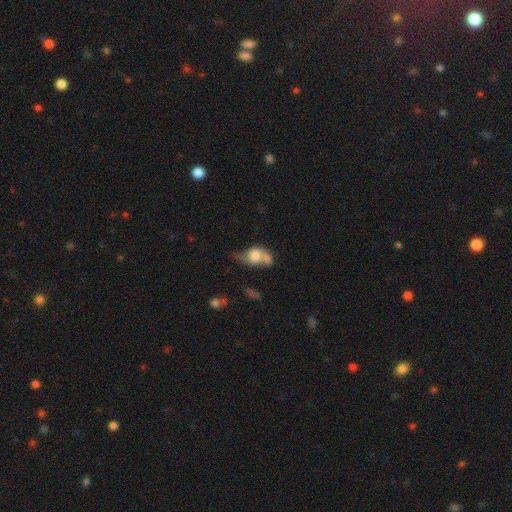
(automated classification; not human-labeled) Smooth or featured?
  - smooth: 62% *
  - featured or disk: 29%
  - star or artifact: 9%
How rounded?
  - in between: 61% *
  - round: 35%
  - cigar-shaped: 3%
Merging?
  - merger: 53% *
  - none: 17%
  - major disturbance: 16%
  - minor disturbance: 14%